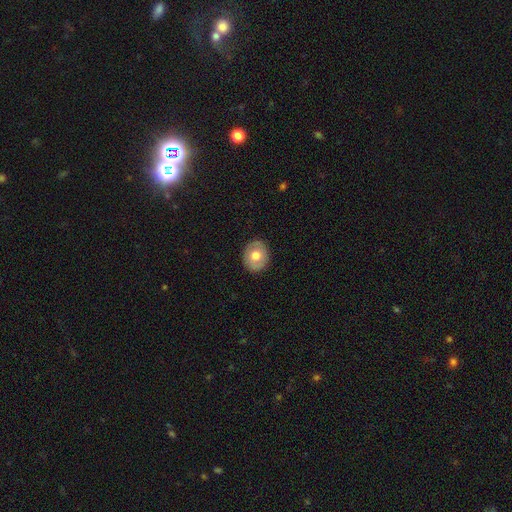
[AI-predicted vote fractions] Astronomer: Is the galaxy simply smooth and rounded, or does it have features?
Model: smooth — 67%.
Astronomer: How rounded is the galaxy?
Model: round — 71%.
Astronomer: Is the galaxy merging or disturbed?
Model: none — 88%.